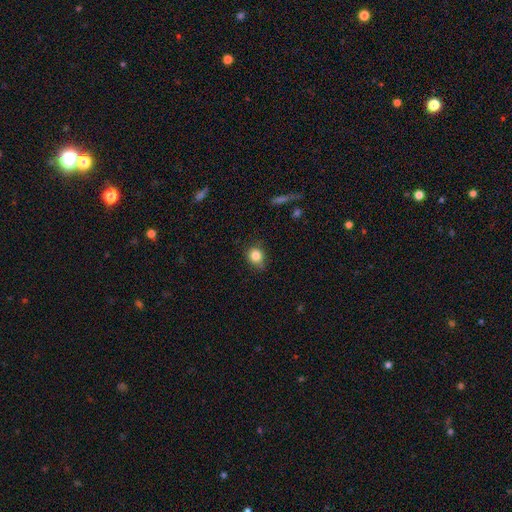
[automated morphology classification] This appears to be a smooth galaxy with no disk features (83%) that is round (74%). Merging: none (72%).